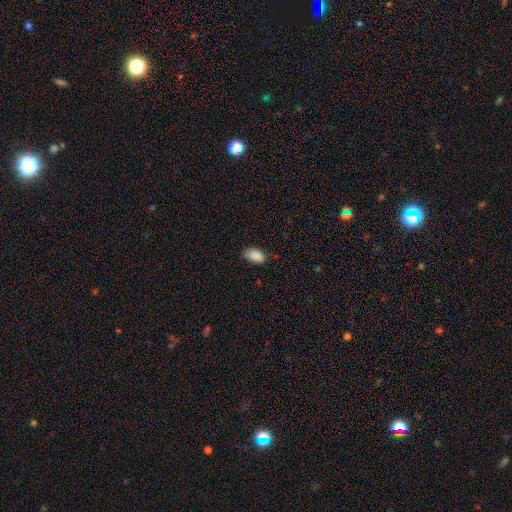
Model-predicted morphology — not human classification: smooth_or_featured: smooth (p=0.89) [alt: star or artifact p=0.08]
how_rounded: in between (p=0.93) [alt: round p=0.05]
merging: none (p=0.75) [alt: minor disturbance p=0.21]